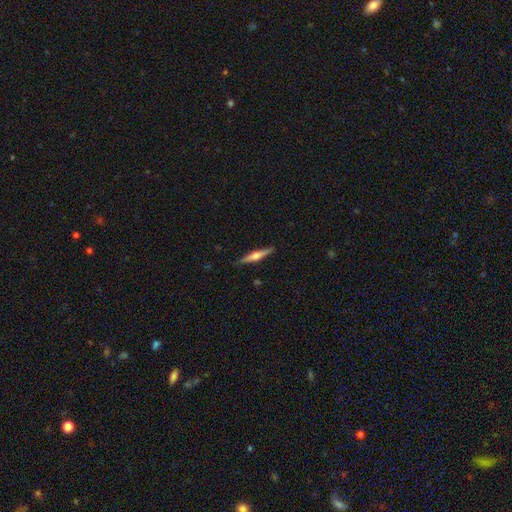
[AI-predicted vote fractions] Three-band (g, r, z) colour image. It shows a featured or disk galaxy (61%) viewed edge-on (97%) with a rounded central bulge (89%). Merging: none (89%).